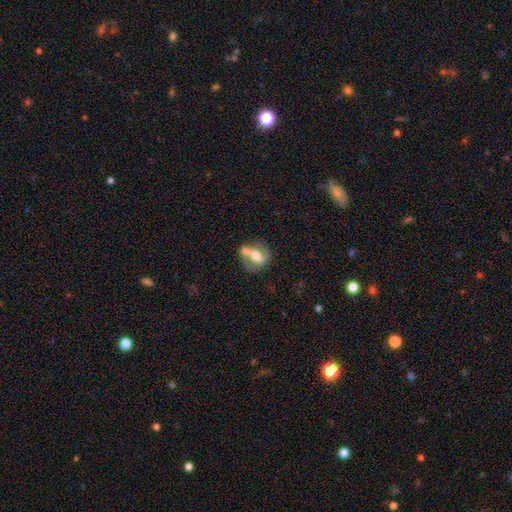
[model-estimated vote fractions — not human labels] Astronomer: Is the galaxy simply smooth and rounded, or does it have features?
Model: featured or disk — 60%.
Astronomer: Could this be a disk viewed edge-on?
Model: no — 94%.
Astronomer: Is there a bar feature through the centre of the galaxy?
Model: weak — 35% (runner-up: strong, 33%).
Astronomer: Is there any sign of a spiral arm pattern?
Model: yes — 64%.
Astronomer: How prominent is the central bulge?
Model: moderate — 63%.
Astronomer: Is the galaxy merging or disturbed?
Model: merger — 39% (runner-up: none, 37%).